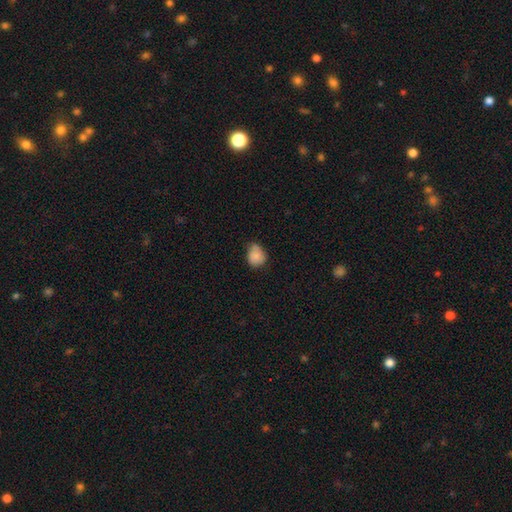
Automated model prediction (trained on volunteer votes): Overall: smooth (83%). How rounded: round (60%; in between 39%). Merging: none (49%; minor disturbance 41%).